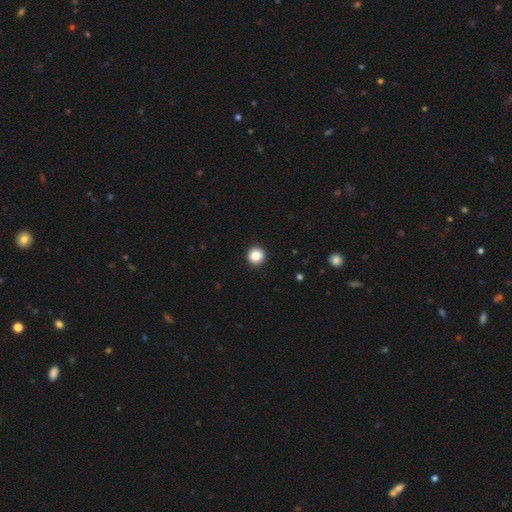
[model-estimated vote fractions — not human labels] smooth 87%, star or artifact 10%, featured or disk 3%. Down the decision tree: how rounded — round (95%); merging — none (93%).